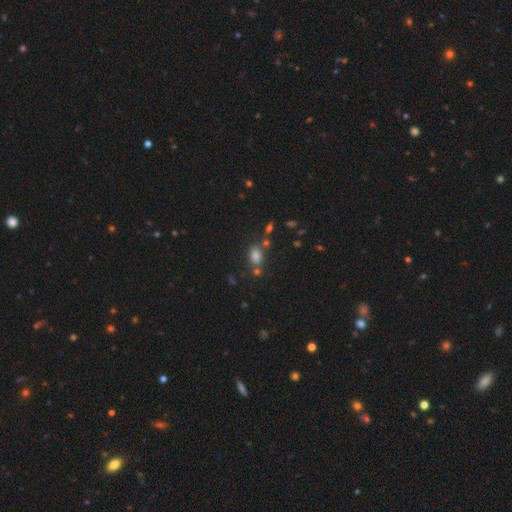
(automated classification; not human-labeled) Smooth or featured?
  - smooth: 73% *
  - star or artifact: 19%
  - featured or disk: 8%
How rounded?
  - in between: 72% *
  - round: 26%
  - cigar-shaped: 2%
Merging?
  - none: 67% *
  - merger: 15%
  - minor disturbance: 13%
  - major disturbance: 5%